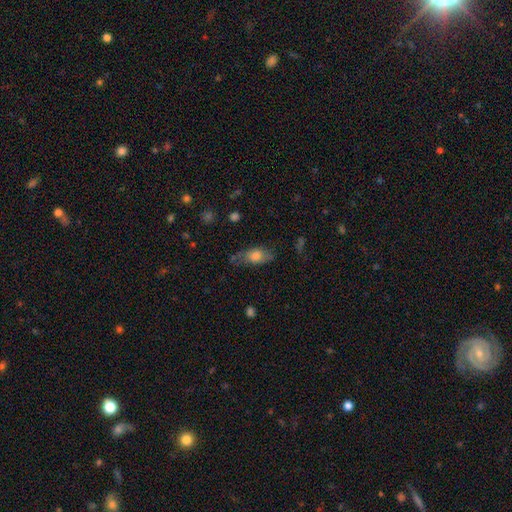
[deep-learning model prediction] smooth 62%, featured or disk 28%, star or artifact 10%. Down the decision tree: how rounded — in between (77%); merging — none (60%).